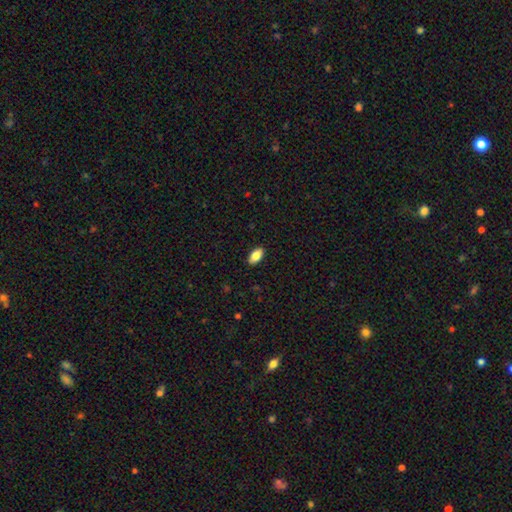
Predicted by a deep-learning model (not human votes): smooth-or-featured: smooth: 85% | featured or disk: 8% | star or artifact: 7%
  how-rounded: in between: 93% | cigar-shaped: 4% | round: 3%
  merging: none: 89% | minor disturbance: 8% | major disturbance: 2% | merger: 1%